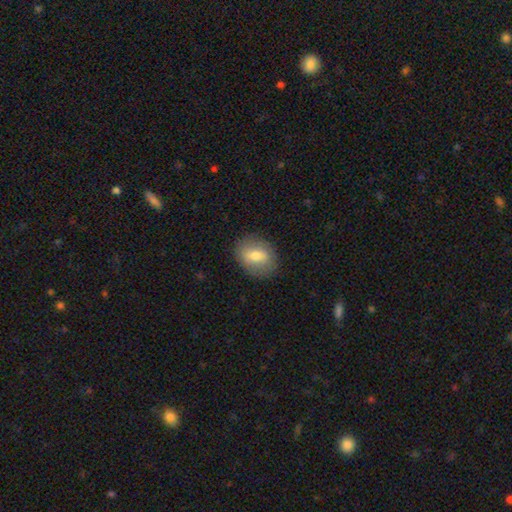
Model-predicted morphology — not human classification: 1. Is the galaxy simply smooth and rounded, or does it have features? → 67% smooth, 25% featured or disk, 8% star or artifact.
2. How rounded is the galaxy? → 62% in between, 37% round, 1% cigar-shaped.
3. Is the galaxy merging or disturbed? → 84% none, 11% minor disturbance, 4% major disturbance, 1% merger.